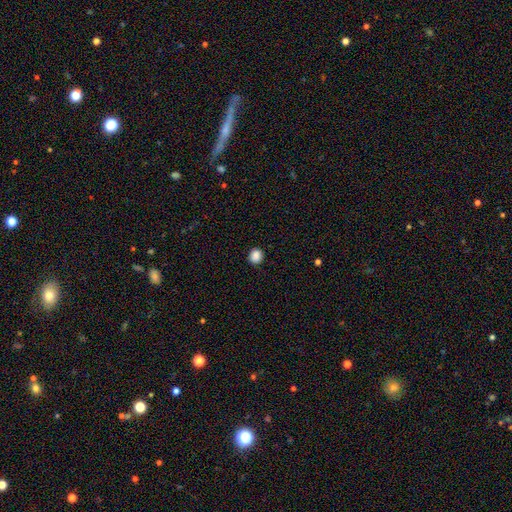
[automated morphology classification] type=smooth (88%); roundness=round (86%); merging=none (91%).